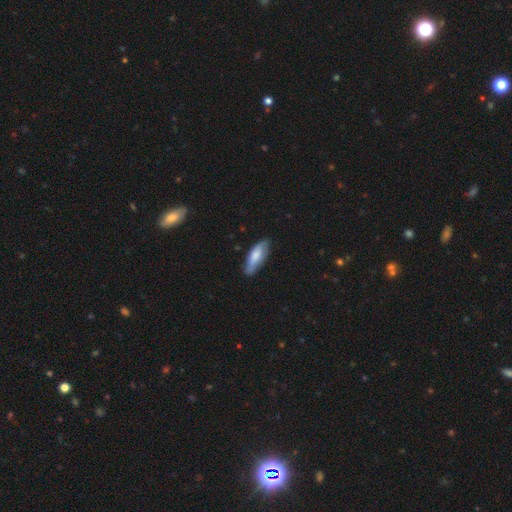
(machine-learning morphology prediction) A smooth galaxy with no disk features (71%) that is in between round and cigar-shaped (56%). Merging: none (76%).